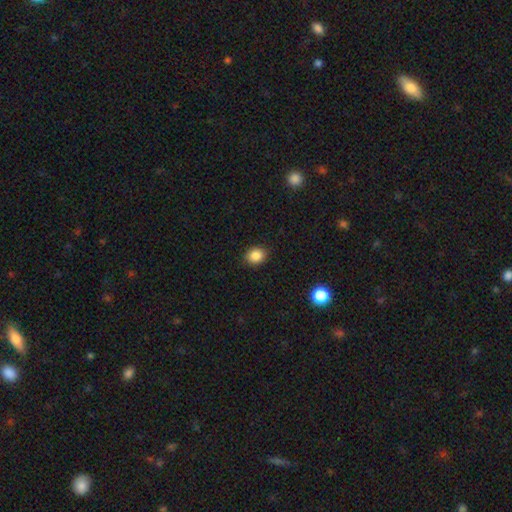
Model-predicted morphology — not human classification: Smooth or featured: smooth — 87% (star or artifact — 10%)
How rounded: round — 55% (in between — 44%)
Merging: none — 89% (minor disturbance — 8%)